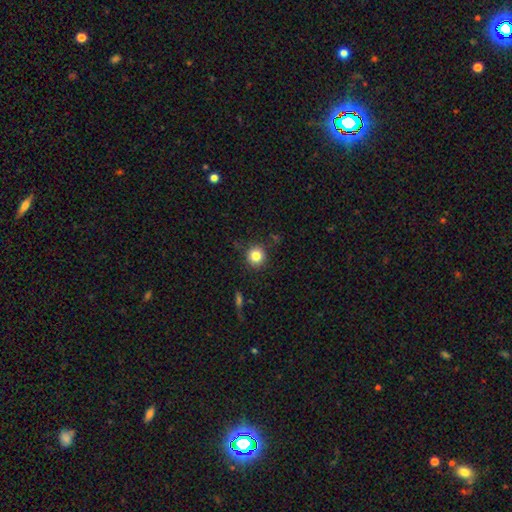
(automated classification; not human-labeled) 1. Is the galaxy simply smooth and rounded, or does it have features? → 82% smooth, 12% star or artifact, 7% featured or disk.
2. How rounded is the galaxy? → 92% round, 7% in between, 1% cigar-shaped.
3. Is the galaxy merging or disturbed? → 87% none, 8% minor disturbance, 3% major disturbance, 2% merger.